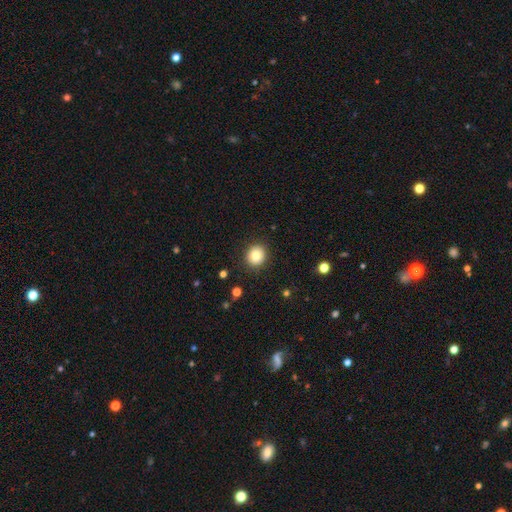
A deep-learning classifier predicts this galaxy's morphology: smooth-or-featured: smooth: 80% | featured or disk: 10% | star or artifact: 10%
  how-rounded: round: 84% | in between: 16% | cigar-shaped: 1%
  merging: none: 90% | minor disturbance: 7% | major disturbance: 2% | merger: 1%